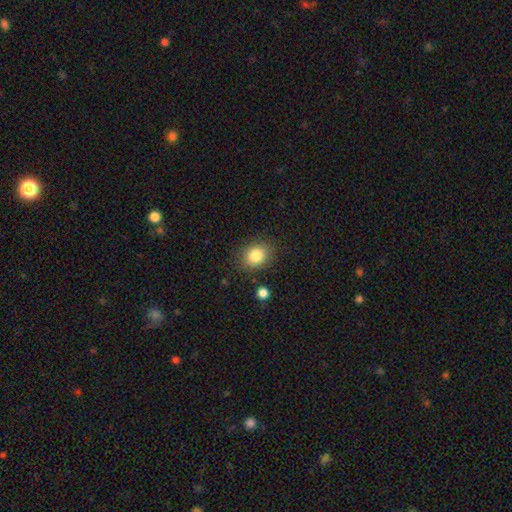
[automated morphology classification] smooth 83%, star or artifact 10%, featured or disk 7%. Down the decision tree: how rounded — round (57%); merging — none (83%).